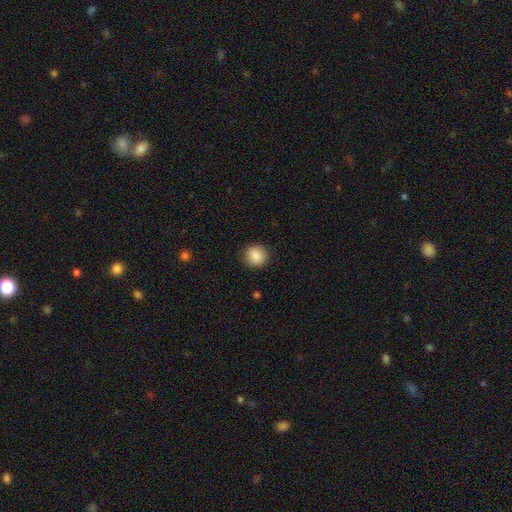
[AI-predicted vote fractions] This appears to be a smooth galaxy with no disk features (88%) that is round (89%). Merging: none (89%).